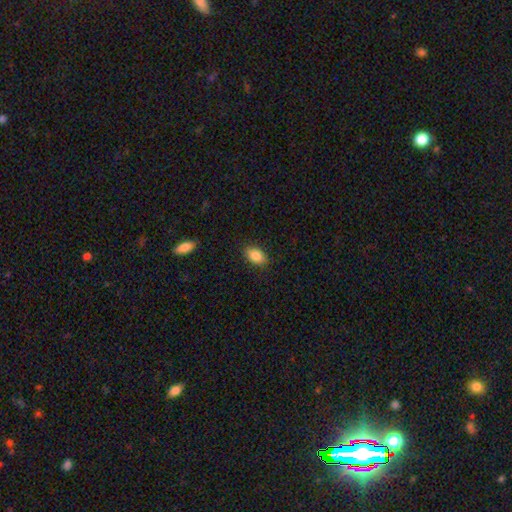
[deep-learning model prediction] A smooth galaxy with no disk features (87%) that is in between round and cigar-shaped (89%). Merging: none (87%).